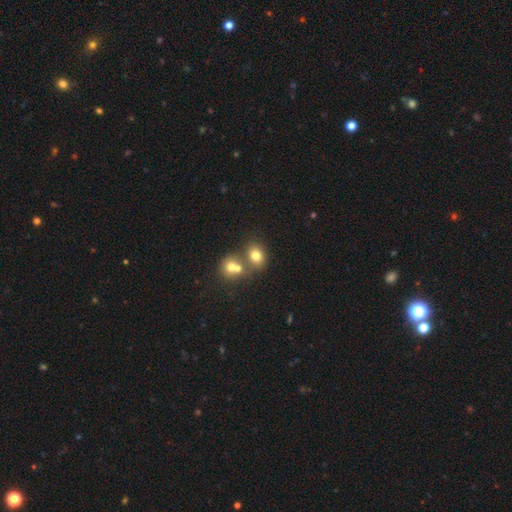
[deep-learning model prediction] A smooth galaxy with no disk features (76%) that is round (54%). Merging: none (51%).